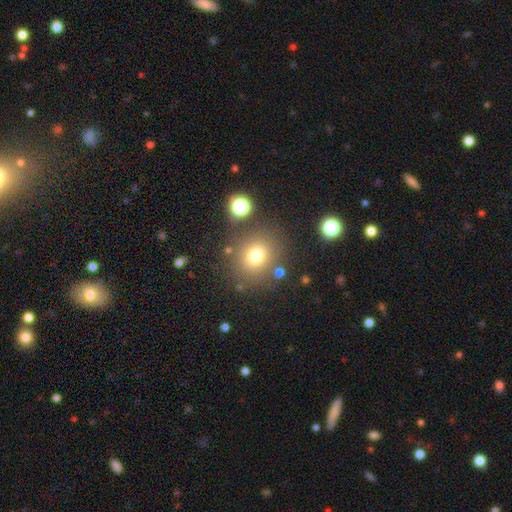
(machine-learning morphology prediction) smooth_or_featured: smooth (p=0.74) [alt: star or artifact p=0.16]
how_rounded: round (p=0.83) [alt: in between p=0.16]
merging: none (p=0.80) [alt: minor disturbance p=0.10]